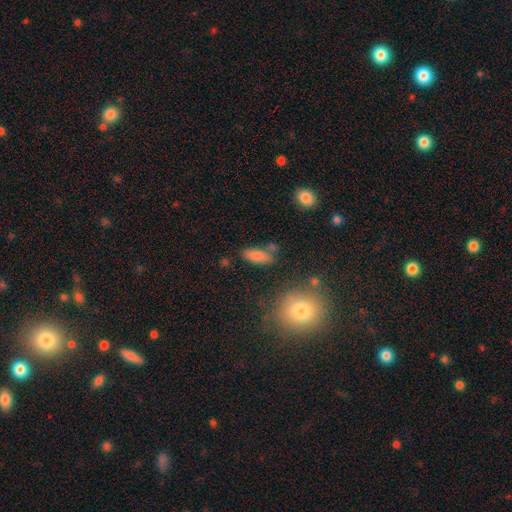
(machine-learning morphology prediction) This appears to be a smooth galaxy with no disk features (81%) that is in between round and cigar-shaped (76%). Merging: none (68%).